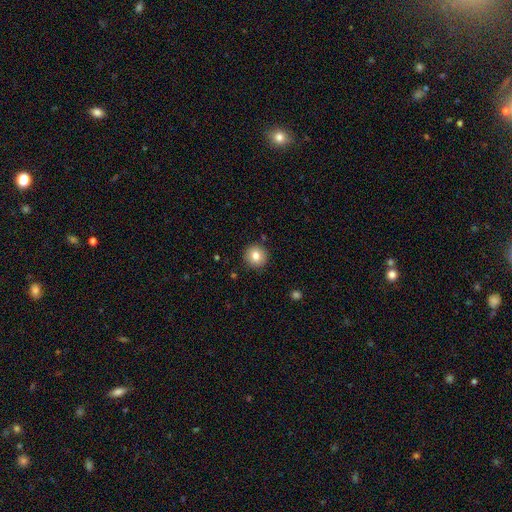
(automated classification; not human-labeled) A smooth galaxy with no disk features (82%) that is round (94%). Merging: none (91%).